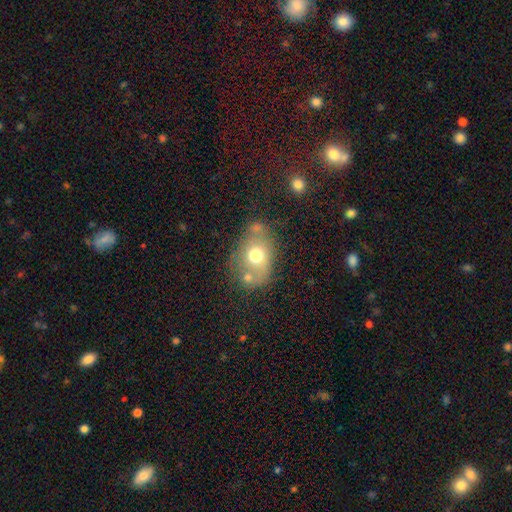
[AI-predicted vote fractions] A smooth galaxy with no disk features (62%) that is in between round and cigar-shaped (68%).

Vote fractions:
- Smooth or featured? smooth: 62% / featured or disk: 27% / star or artifact: 11%
- How rounded? in between: 68% / round: 30% / cigar-shaped: 1%
- Merging? none: 52% / minor disturbance: 20% / merger: 19% / major disturbance: 9%